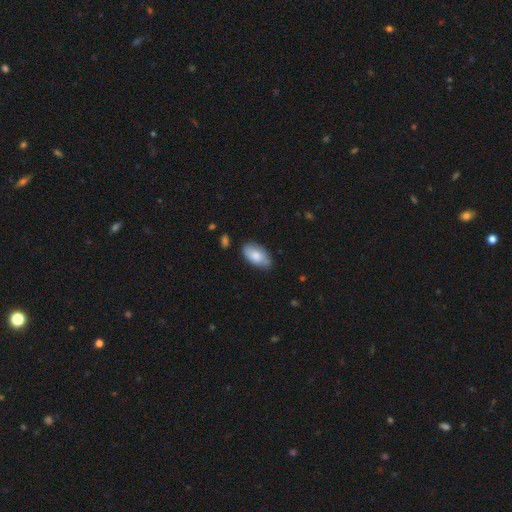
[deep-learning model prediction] Smooth or featured: smooth — 78% (featured or disk — 16%)
How rounded: in between — 94% (round — 3%)
Merging: none — 70% (minor disturbance — 23%)